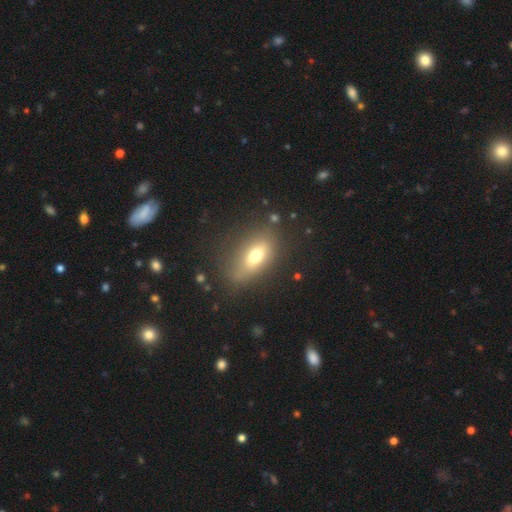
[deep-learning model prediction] Overall: smooth (67%). How rounded: in between (81%). Merging: none (70%).